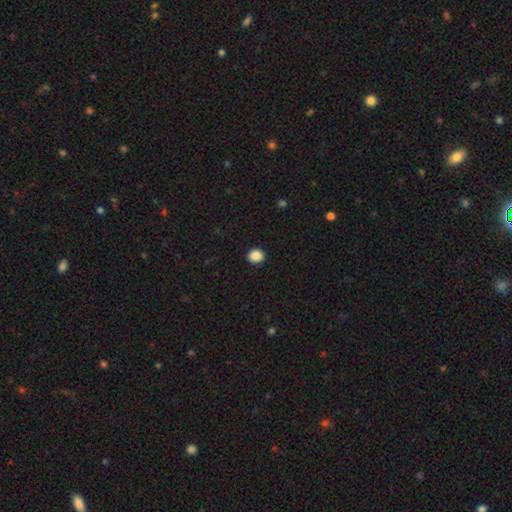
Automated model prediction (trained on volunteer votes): Smooth or featured: smooth — 89% (star or artifact — 9%)
How rounded: round — 71% (in between — 29%)
Merging: none — 91% (minor disturbance — 6%)